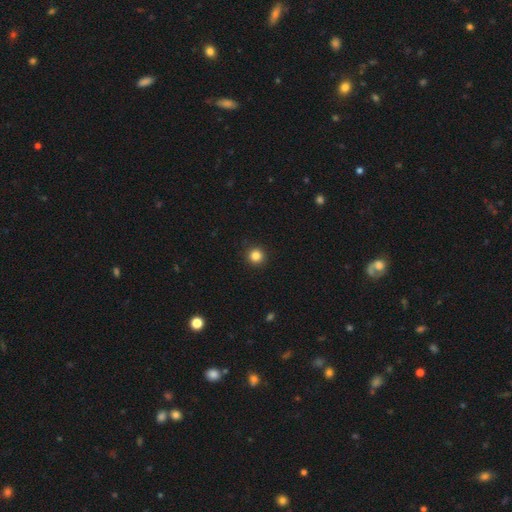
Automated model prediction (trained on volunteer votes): Smooth or featured: smooth — 84% (star or artifact — 12%)
How rounded: round — 95% (in between — 4%)
Merging: none — 93% (minor disturbance — 5%)